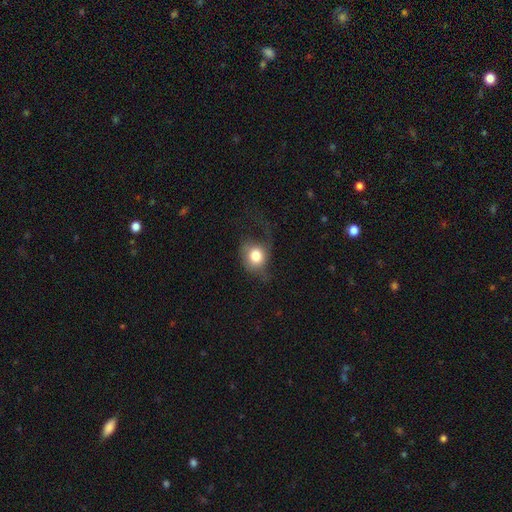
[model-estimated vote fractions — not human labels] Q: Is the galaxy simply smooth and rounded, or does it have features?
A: smooth — 73%.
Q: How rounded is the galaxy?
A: round — 65%.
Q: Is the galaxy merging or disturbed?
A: major disturbance — 37%.